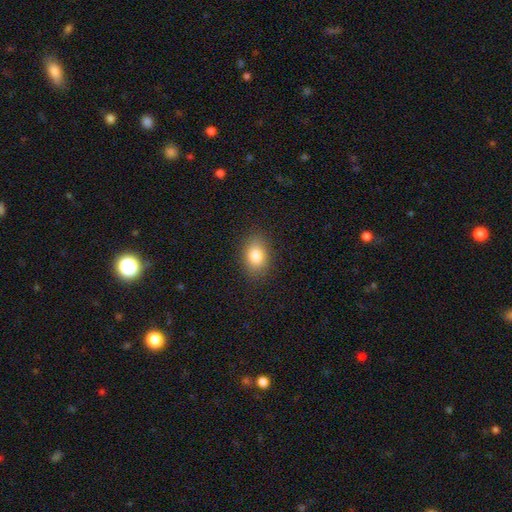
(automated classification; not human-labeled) Morphology: type=smooth (83%); roundness=in between (78%); merging=none (85%).